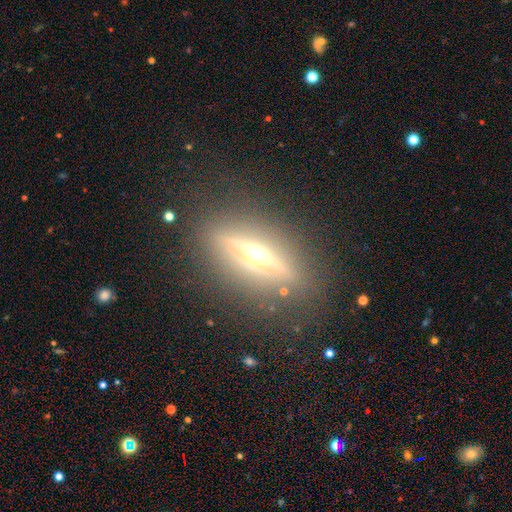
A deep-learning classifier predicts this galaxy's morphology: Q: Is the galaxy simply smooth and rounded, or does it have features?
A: featured or disk — 76%.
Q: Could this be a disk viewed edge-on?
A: yes — 93%.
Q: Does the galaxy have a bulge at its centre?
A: rounded — 93%.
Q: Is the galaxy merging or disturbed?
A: none — 85%.